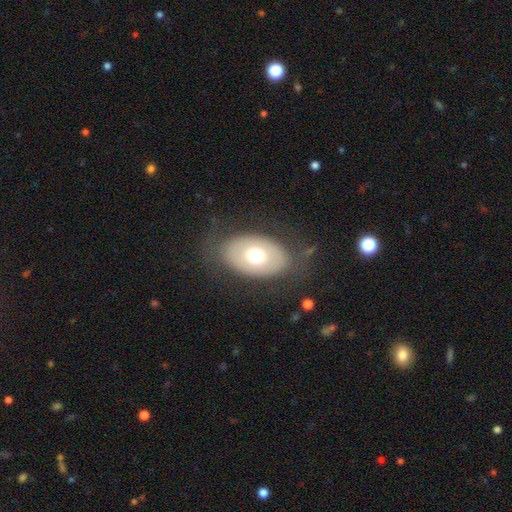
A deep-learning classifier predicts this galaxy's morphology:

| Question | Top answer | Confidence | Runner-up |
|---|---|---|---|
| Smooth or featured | smooth | 62% | featured or disk (30%) |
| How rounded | in between | 82% | round (16%) |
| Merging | none | 75% | minor disturbance (14%) |